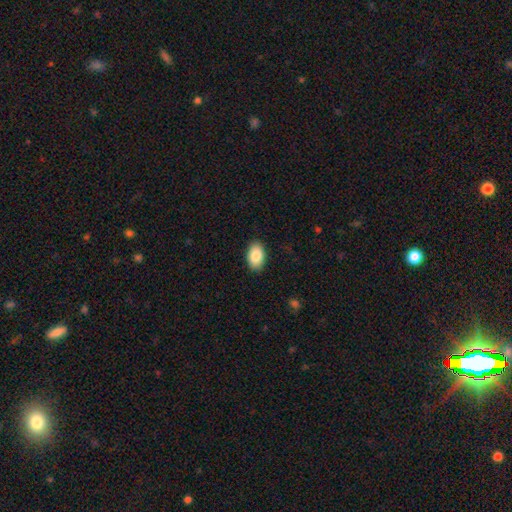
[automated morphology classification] A smooth galaxy with no disk features (87%) that is in between round and cigar-shaped (93%). Merging: none (89%).